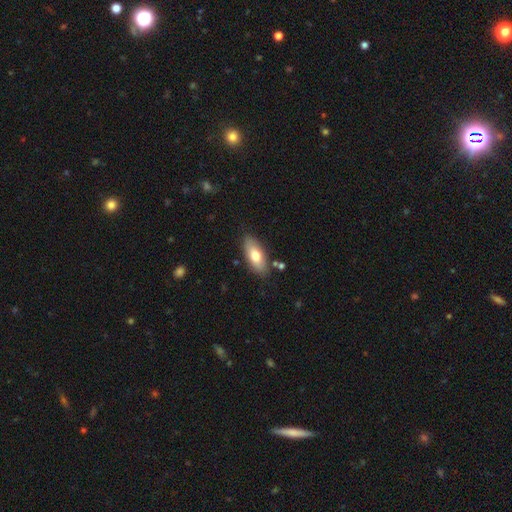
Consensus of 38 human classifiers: Smooth or featured? 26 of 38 (68%) said smooth. How rounded? 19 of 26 (73%) said in between. Merging? 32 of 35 (91%) said none.